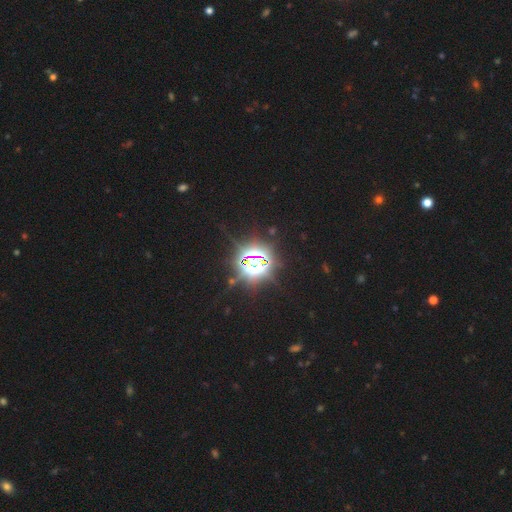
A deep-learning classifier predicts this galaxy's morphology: Overall: star or artifact (82%).